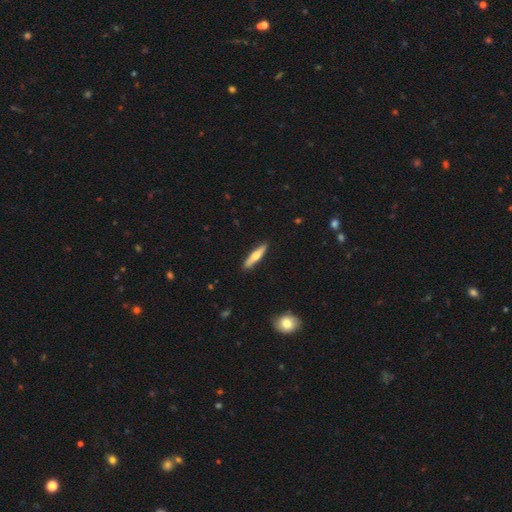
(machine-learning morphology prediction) Smooth or featured: smooth — 52% (featured or disk — 43%)
How rounded: cigar-shaped — 84% (in between — 14%)
Merging: none — 90% (minor disturbance — 7%)